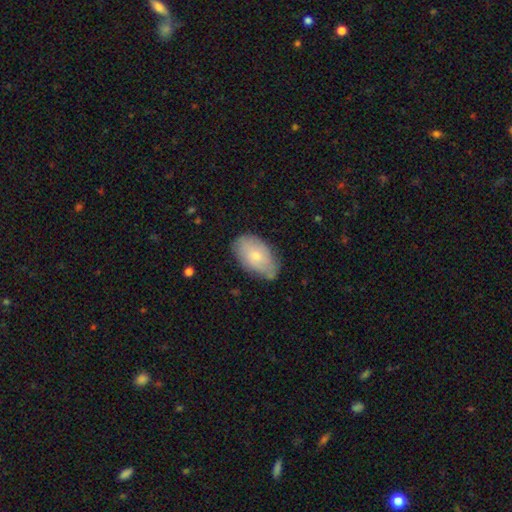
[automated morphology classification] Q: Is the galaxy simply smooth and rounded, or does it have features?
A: smooth — 70%.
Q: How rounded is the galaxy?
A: in between — 94%.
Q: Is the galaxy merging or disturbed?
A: none — 67%.